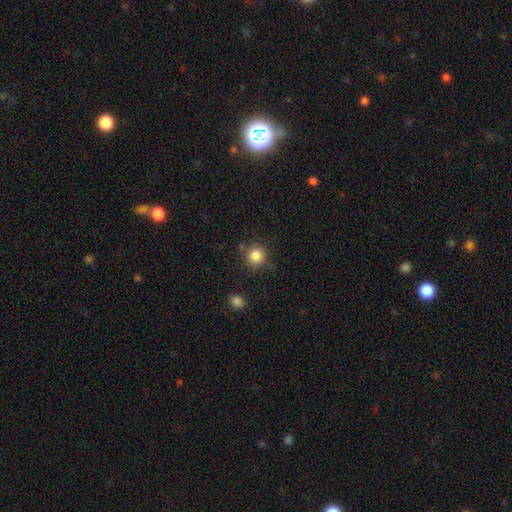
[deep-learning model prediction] smooth_or_featured: smooth (p=0.85) [alt: star or artifact p=0.10]
how_rounded: round (p=0.92) [alt: in between p=0.07]
merging: none (p=0.80) [alt: minor disturbance p=0.11]